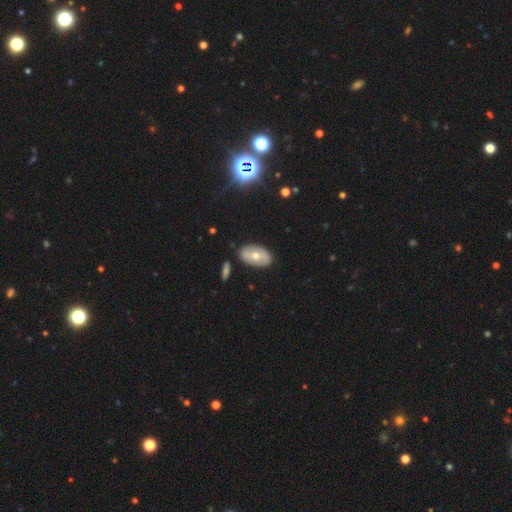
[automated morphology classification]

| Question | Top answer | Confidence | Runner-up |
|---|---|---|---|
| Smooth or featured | smooth | 51% | featured or disk (42%) |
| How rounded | in between | 91% | round (7%) |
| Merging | none | 83% | minor disturbance (12%) |